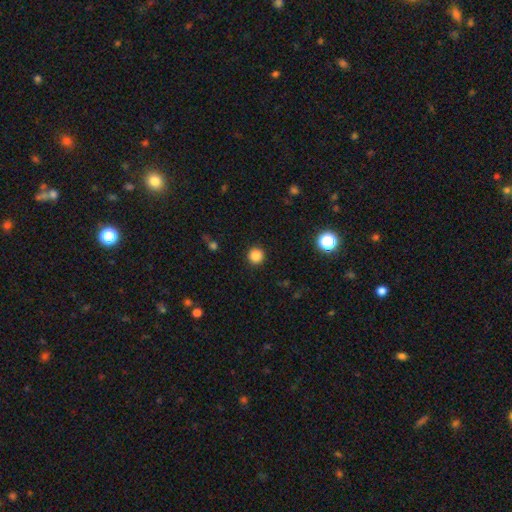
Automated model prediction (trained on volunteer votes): Smooth or featured: smooth — 86% (star or artifact — 11%)
How rounded: round — 95% (in between — 4%)
Merging: none — 92% (minor disturbance — 5%)